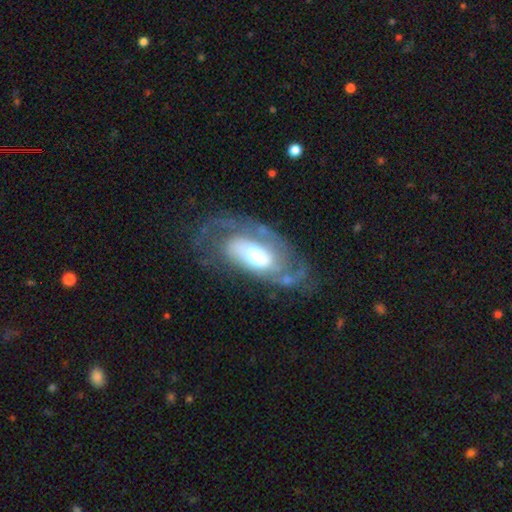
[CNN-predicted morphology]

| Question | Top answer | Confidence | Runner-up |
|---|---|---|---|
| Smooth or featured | featured or disk | 74% | smooth (20%) |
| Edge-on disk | no | 93% | yes (7%) |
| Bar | no | 48% | weak (34%) |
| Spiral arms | yes | 84% | no (16%) |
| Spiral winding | medium | 43% | tight (35%) |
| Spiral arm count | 2 | 55% | can't tell (24%) |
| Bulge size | moderate | 45% | large (41%) |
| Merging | none | 53% | minor disturbance (22%) |